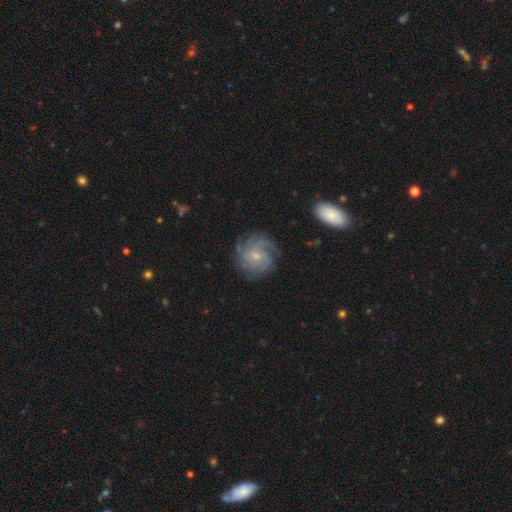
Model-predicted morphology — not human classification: smooth-or-featured: featured or disk: 73% | smooth: 19% | star or artifact: 8%
  disk-edge-on: no: 98% | yes: 2%
    bar: no: 68% | weak: 28% | strong: 4%
    has-spiral-arms: yes: 92% | no: 8%
      spiral-winding: tight: 52% | medium: 34% | loose: 14%
      spiral-arm-count: can't tell: 38% | 4: 18% | 3: 18% | 2: 12% | more than 4: 8% | 1: 7%
    bulge-size: small: 75% | moderate: 19% | none: 3% | large: 1% | dominant: 1%
  merging: none: 72% | minor disturbance: 17% | major disturbance: 9% | merger: 2%